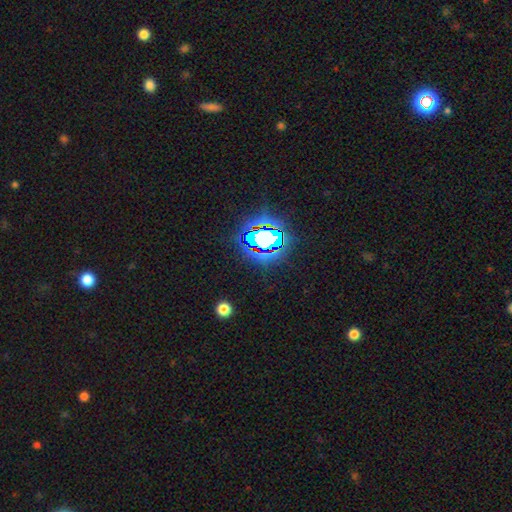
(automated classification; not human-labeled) smooth_or_featured: star or artifact (p=0.83) [alt: smooth p=0.11]